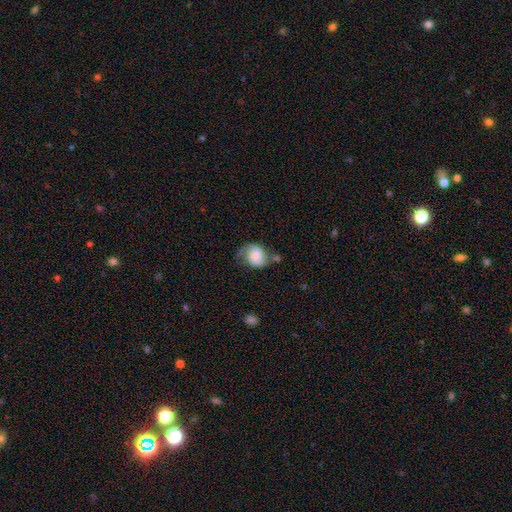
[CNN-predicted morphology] Smooth or featured: featured or disk — 46% (tied with smooth — 46%)
Merging: none — 40% (minor disturbance — 31%)